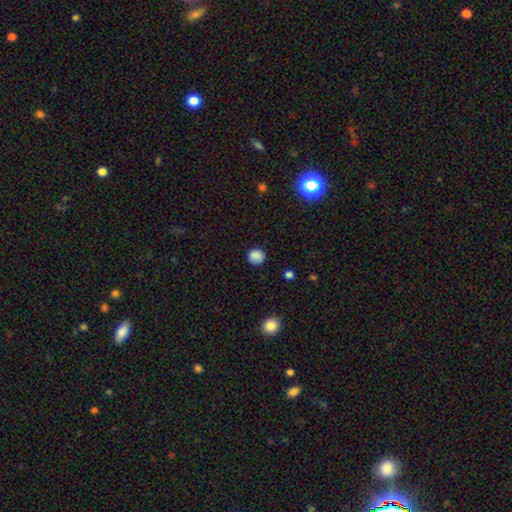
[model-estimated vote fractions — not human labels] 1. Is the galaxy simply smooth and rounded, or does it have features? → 85% smooth, 11% star or artifact, 4% featured or disk.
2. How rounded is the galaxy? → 85% round, 14% in between, 1% cigar-shaped.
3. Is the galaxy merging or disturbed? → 85% none, 11% minor disturbance, 3% major disturbance, 1% merger.